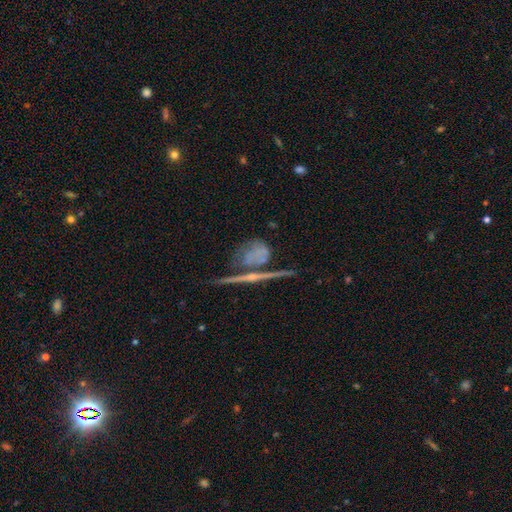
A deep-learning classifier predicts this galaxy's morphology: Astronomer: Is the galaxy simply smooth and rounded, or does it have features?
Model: featured or disk — 58%.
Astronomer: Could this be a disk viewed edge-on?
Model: yes — 67%.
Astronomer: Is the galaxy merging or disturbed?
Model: none — 48% (runner-up: merger, 26%).